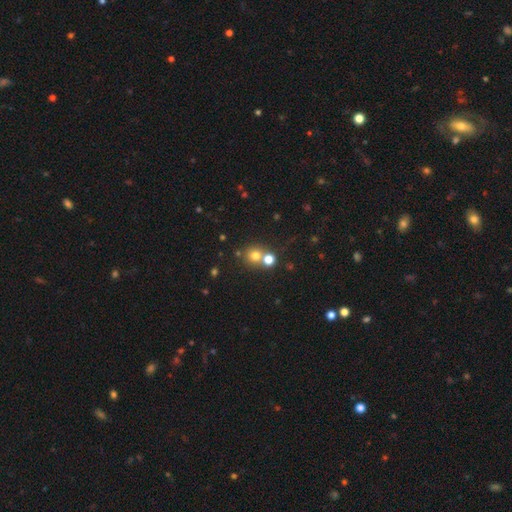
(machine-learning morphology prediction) A smooth galaxy with no disk features (72%) that is round (87%).

Vote fractions:
- Smooth or featured? smooth: 72% / star or artifact: 18% / featured or disk: 10%
- How rounded? round: 87% / in between: 12% / cigar-shaped: 1%
- Merging? none: 56% / merger: 34% / minor disturbance: 7% / major disturbance: 3%